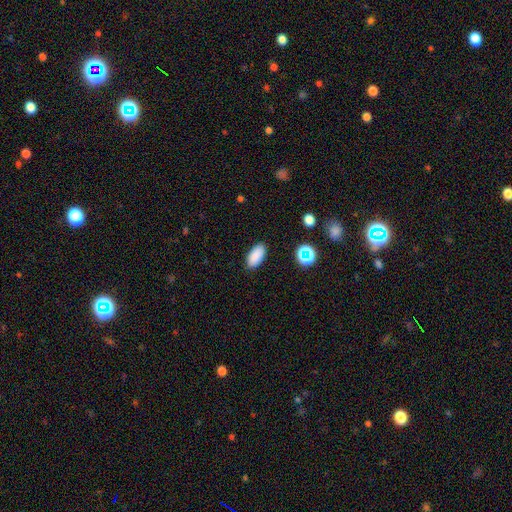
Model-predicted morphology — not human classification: smooth 87%, star or artifact 9%, featured or disk 4%. Down the decision tree: how rounded — in between (92%); merging — none (88%).